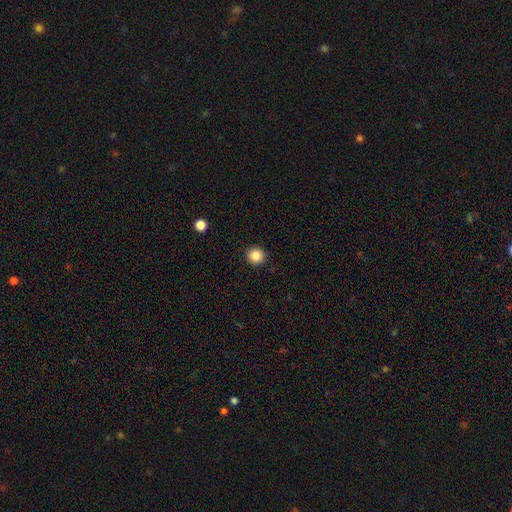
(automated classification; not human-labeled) Smooth or featured: smooth — 86% (star or artifact — 10%)
How rounded: round — 94% (in between — 5%)
Merging: none — 93% (minor disturbance — 5%)